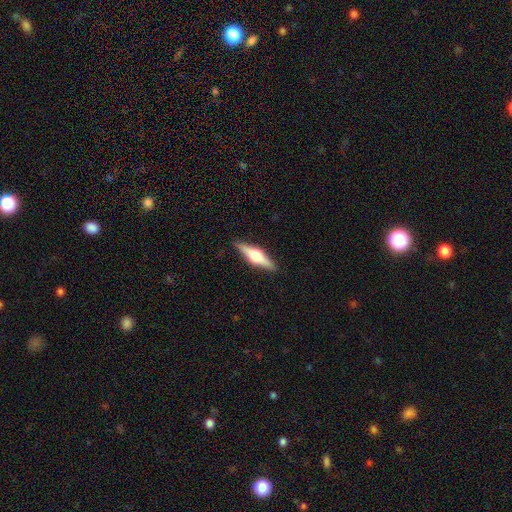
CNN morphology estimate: Overall: featured or disk (69%). Edge-on disk: yes (97%). Edge-on bulge: rounded (94%). Merging: none (90%).